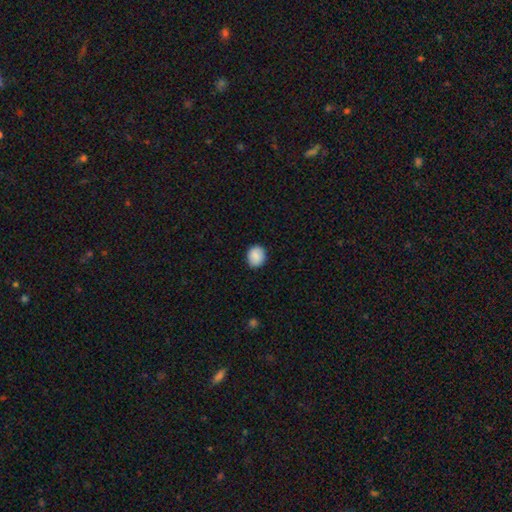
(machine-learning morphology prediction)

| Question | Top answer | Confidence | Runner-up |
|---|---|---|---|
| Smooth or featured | smooth | 88% | star or artifact (7%) |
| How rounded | round | 75% | in between (24%) |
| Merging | none | 89% | minor disturbance (8%) |